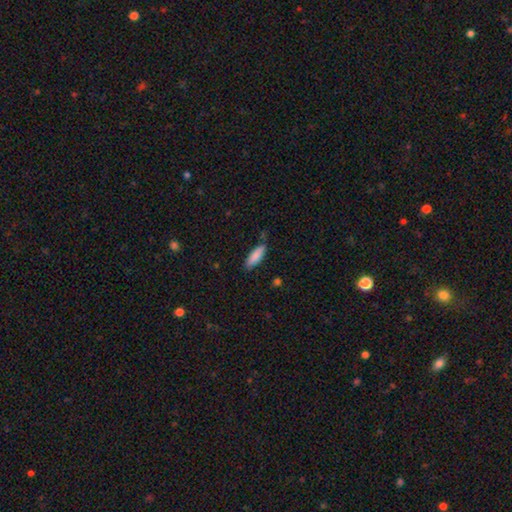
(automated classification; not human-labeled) The model was most divided on "how rounded": in between: 54%, cigar-shaped: 44%, round: 2%. More confident: smooth or featured — smooth (87%); merging — none (79%).